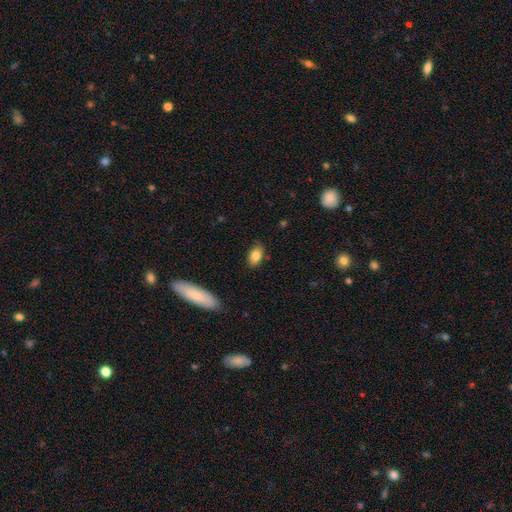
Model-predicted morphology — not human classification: A smooth galaxy with no disk features (84%) that is in between round and cigar-shaped (88%).

Vote fractions:
- Smooth or featured? smooth: 84% / featured or disk: 9% / star or artifact: 8%
- How rounded? in between: 88% / round: 9% / cigar-shaped: 3%
- Merging? none: 85% / minor disturbance: 12% / major disturbance: 2% / merger: 1%